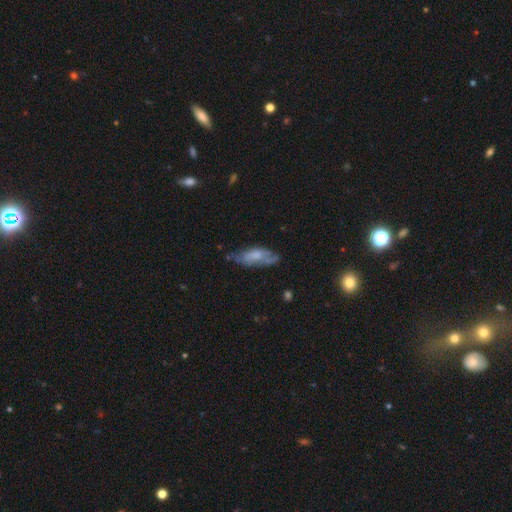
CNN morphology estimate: A smooth galaxy with no disk features (47%).

Vote fractions:
- Smooth or featured? smooth: 47% / featured or disk: 45% / star or artifact: 7%
- Merging? none: 52% / minor disturbance: 31% / major disturbance: 13% / merger: 3%